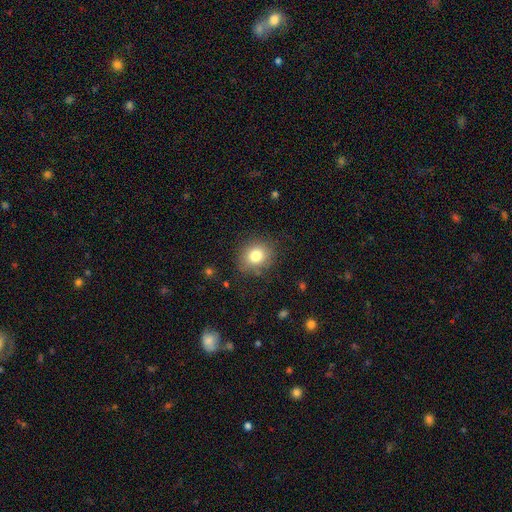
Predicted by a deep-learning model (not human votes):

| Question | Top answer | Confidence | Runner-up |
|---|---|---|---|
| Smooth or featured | smooth | 80% | star or artifact (11%) |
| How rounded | round | 71% | in between (28%) |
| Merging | none | 84% | minor disturbance (12%) |